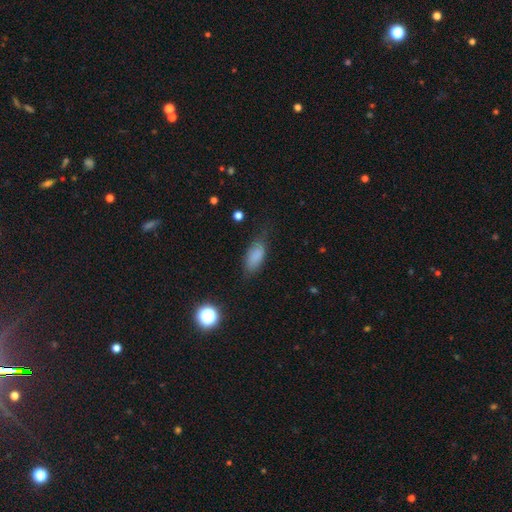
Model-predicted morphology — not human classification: Smooth or featured? Predicted: smooth (p=0.83). How rounded? Predicted: in between (p=0.84). Merging? Predicted: none (p=0.67).